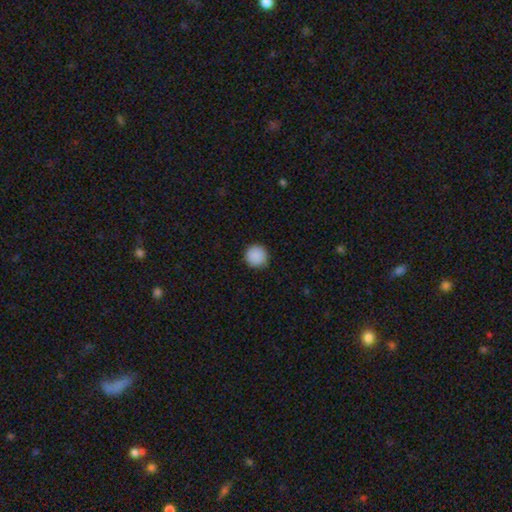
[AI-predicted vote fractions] The model was most divided on "smooth or featured": smooth: 90%, star or artifact: 8%, featured or disk: 2%. More confident: how rounded — round (95%); merging — none (91%).